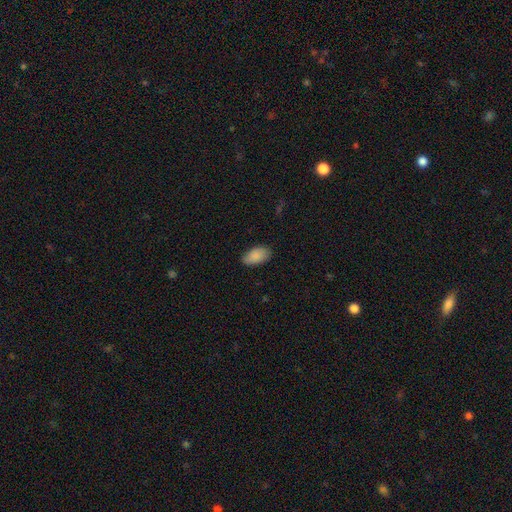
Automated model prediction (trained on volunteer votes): A smooth galaxy with no disk features (88%) that is in between round and cigar-shaped (94%). Merging: none (83%).